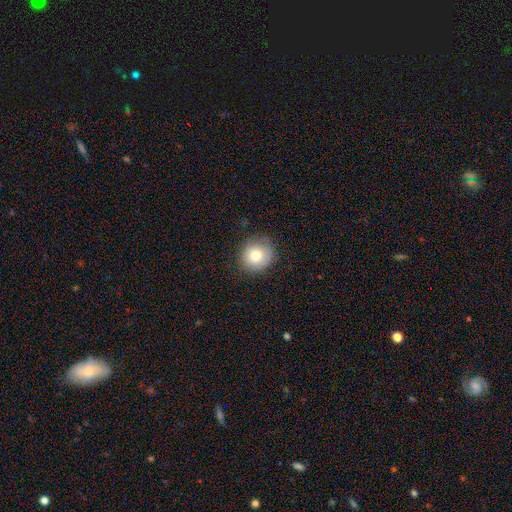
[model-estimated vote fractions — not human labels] Smooth or featured? Predicted: smooth (p=0.77). How rounded? Predicted: round (p=0.89). Merging? Predicted: none (p=0.81).